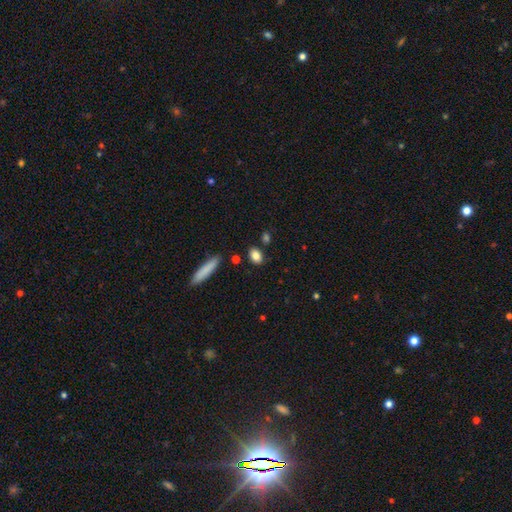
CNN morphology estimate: A smooth galaxy with no disk features (84%) that is in between round and cigar-shaped (76%). Merging: none (82%).